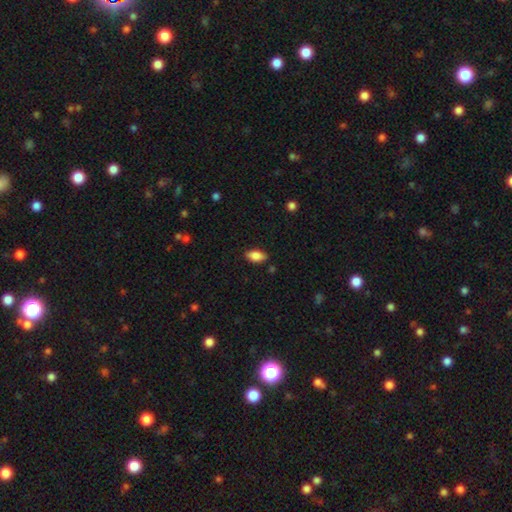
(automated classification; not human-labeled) smooth-or-featured: smooth: 86% | star or artifact: 7% | featured or disk: 7%
  how-rounded: in between: 92% | cigar-shaped: 4% | round: 4%
  merging: none: 86% | minor disturbance: 11% | major disturbance: 2% | merger: 1%